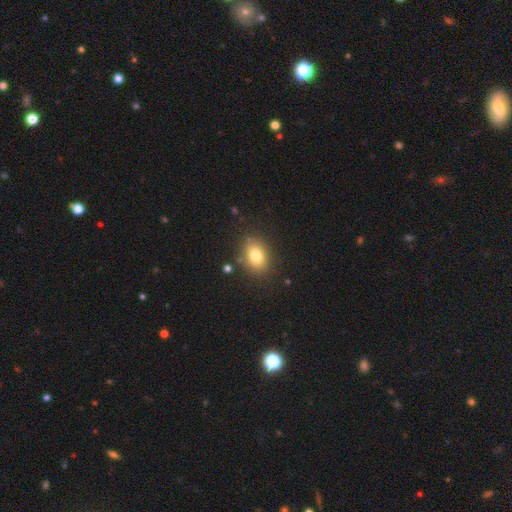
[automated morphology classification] This appears to be a smooth galaxy with no disk features (79%) that is in between round and cigar-shaped (72%). Merging: none (82%).